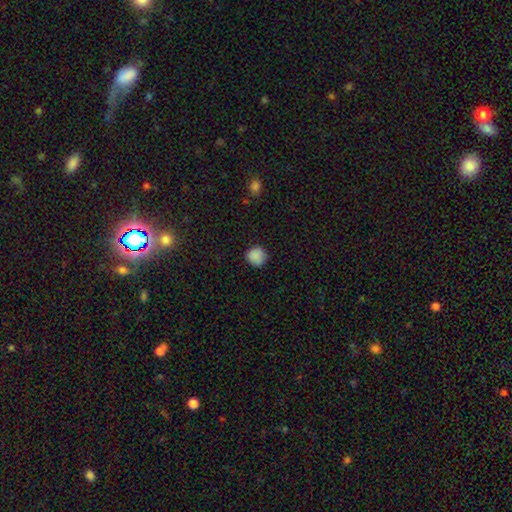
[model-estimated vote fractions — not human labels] Overall: smooth (87%). How rounded: round (91%). Merging: none (86%).